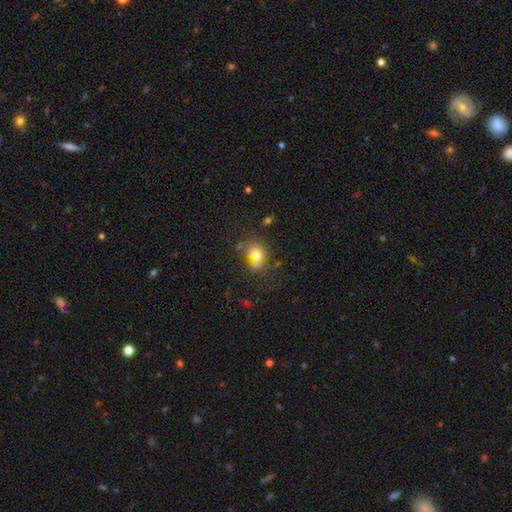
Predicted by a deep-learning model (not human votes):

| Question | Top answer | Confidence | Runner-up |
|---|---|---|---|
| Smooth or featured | smooth | 71% | featured or disk (15%) |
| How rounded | round | 64% | in between (35%) |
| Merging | none | 49% | merger (20%) |